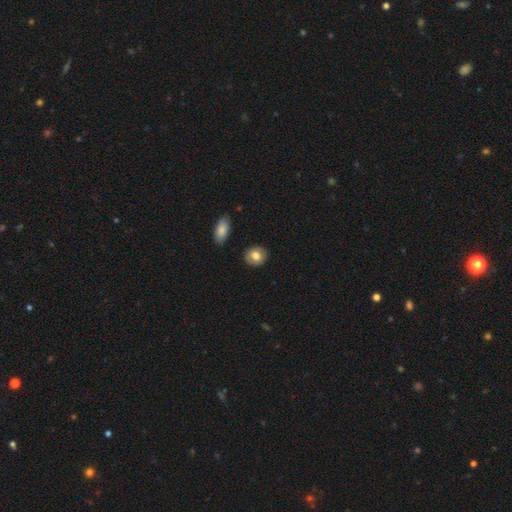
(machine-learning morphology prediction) smooth_or_featured: smooth (p=0.76) [alt: featured or disk p=0.16]
how_rounded: round (p=0.72) [alt: in between p=0.27]
merging: none (p=0.88) [alt: minor disturbance p=0.08]